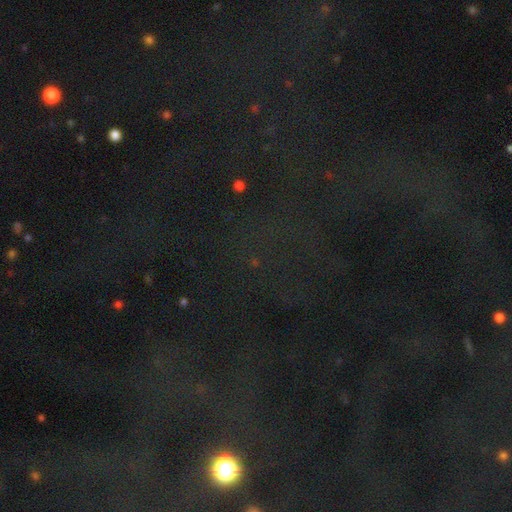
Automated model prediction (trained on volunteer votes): Overall: star or artifact (76%).